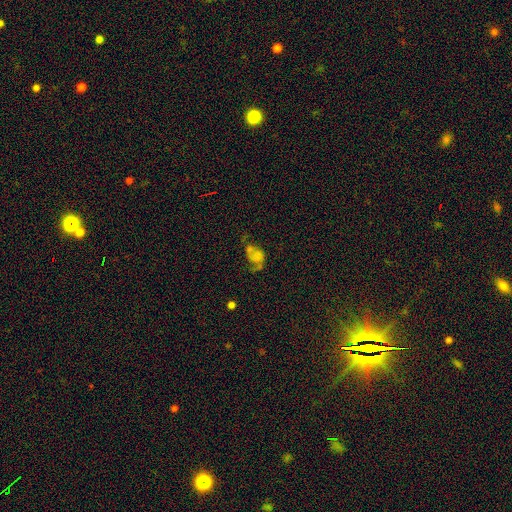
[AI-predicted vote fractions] This appears to be a featured or disk galaxy (43%). Merging: major disturbance (38%).